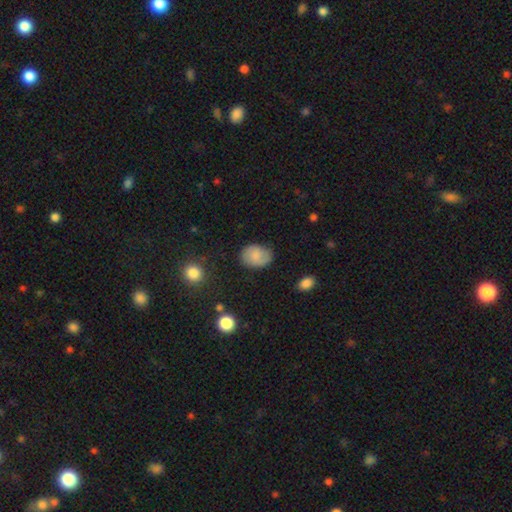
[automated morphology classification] This is likely a smooth galaxy (75%). How rounded: likely in between (67%). Merging: likely none (75%).